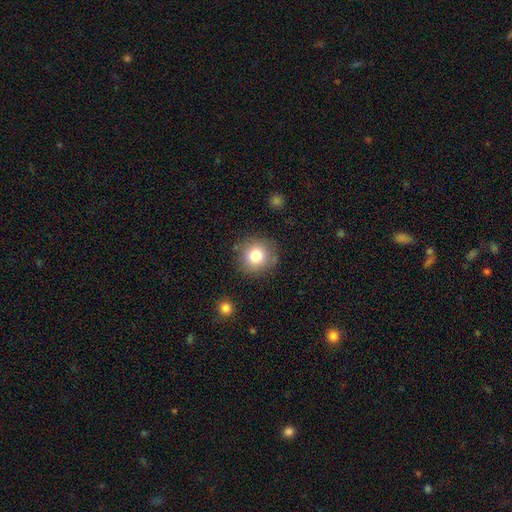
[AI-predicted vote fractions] The model was most divided on "smooth or featured": smooth: 80%, star or artifact: 11%, featured or disk: 9%. More confident: how rounded — round (91%); merging — none (83%).